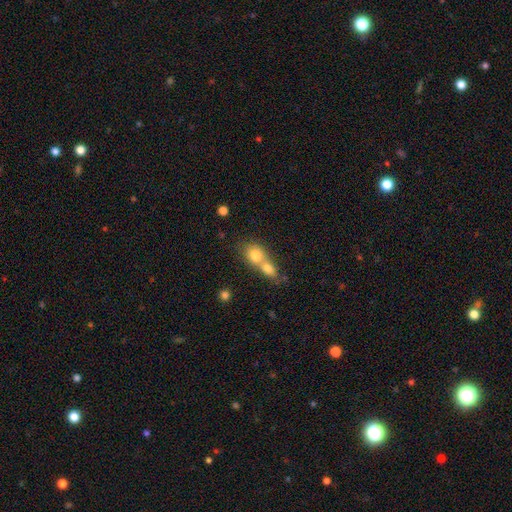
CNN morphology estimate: This is likely a smooth galaxy (75%). How rounded: possibly round (51%). Merging: likely merger (70%).